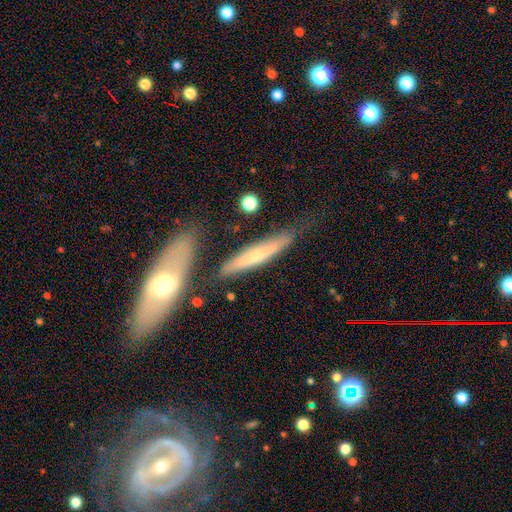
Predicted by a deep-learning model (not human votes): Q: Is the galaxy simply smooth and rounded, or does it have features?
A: featured or disk — 47%, tied with smooth.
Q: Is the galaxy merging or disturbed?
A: none — 72%.